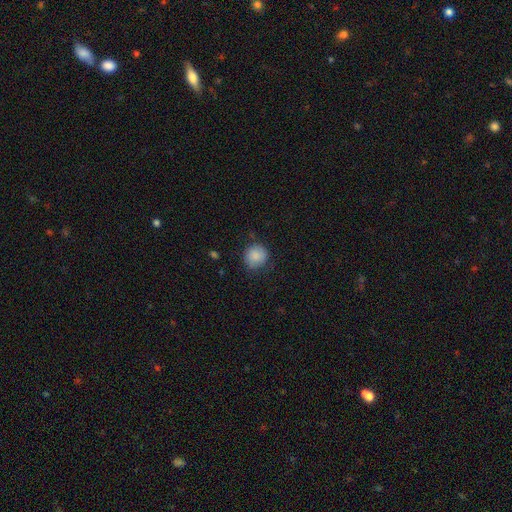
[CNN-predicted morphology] A smooth galaxy with no disk features (86%) that is round (90%). Merging: none (76%).